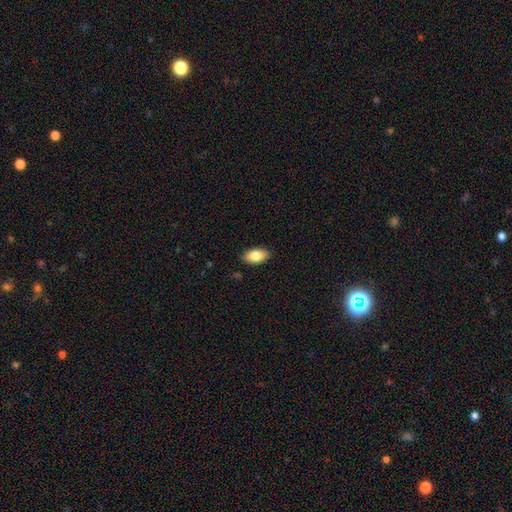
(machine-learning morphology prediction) This appears to be a smooth galaxy with no disk features (83%) that is in between round and cigar-shaped (94%). Merging: none (88%).